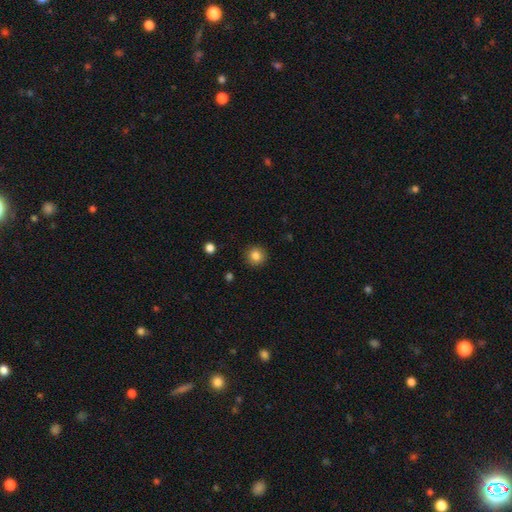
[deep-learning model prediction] smooth 84%, star or artifact 10%, featured or disk 6%. Down the decision tree: how rounded — round (94%); merging — none (91%).